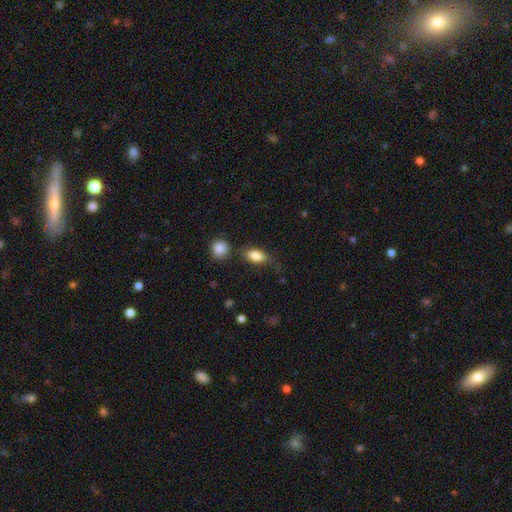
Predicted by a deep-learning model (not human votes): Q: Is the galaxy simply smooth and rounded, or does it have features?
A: smooth — 83%.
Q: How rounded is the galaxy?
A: in between — 86%.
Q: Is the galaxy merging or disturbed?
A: none — 72%.